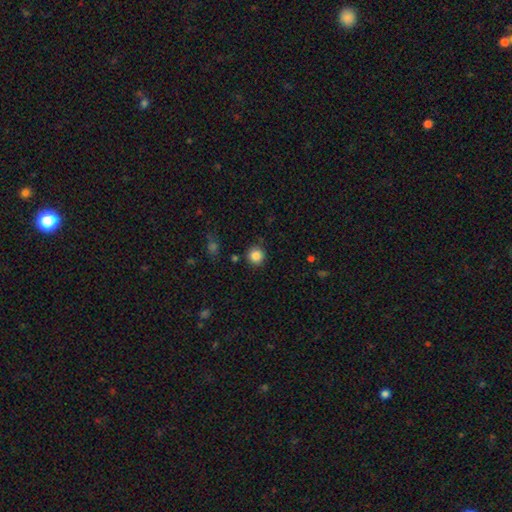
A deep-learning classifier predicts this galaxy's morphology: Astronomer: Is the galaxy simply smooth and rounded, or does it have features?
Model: smooth — 86%.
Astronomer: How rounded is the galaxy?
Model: round — 93%.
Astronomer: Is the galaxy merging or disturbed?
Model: none — 87%.